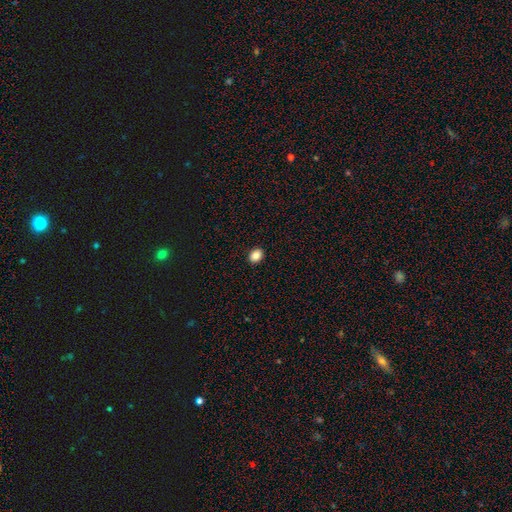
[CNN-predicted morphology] Overall: smooth (87%). How rounded: in between (54%; round 45%). Merging: none (92%).